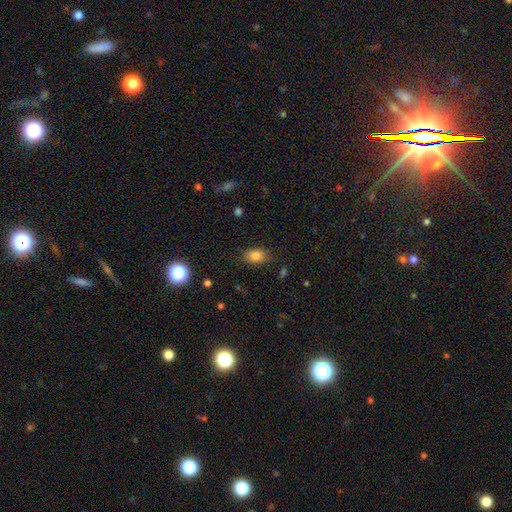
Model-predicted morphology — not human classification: type=smooth (82%); roundness=in between (80%); merging=none (81%).